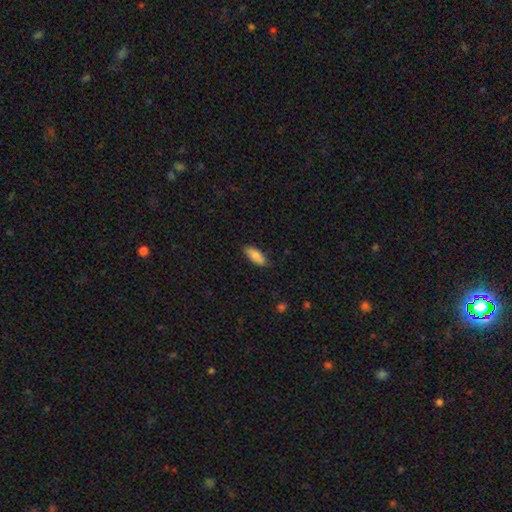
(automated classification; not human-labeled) Smooth or featured?
  - smooth: 82% *
  - featured or disk: 11%
  - star or artifact: 6%
How rounded?
  - in between: 80% *
  - cigar-shaped: 18%
  - round: 2%
Merging?
  - none: 84% *
  - minor disturbance: 12%
  - major disturbance: 2%
  - merger: 1%